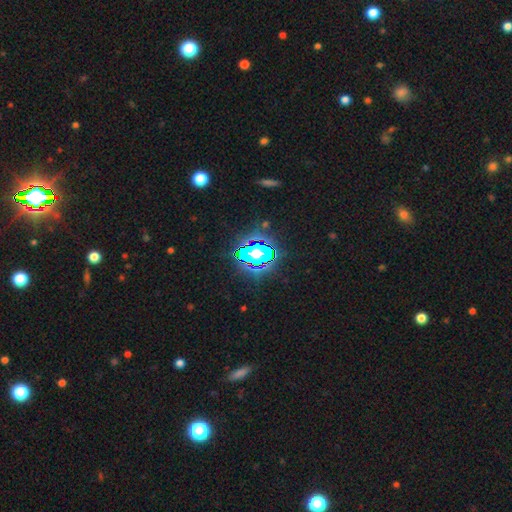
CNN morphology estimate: Smooth or featured?
  - star or artifact: 57% *
  - smooth: 26%
  - featured or disk: 17%